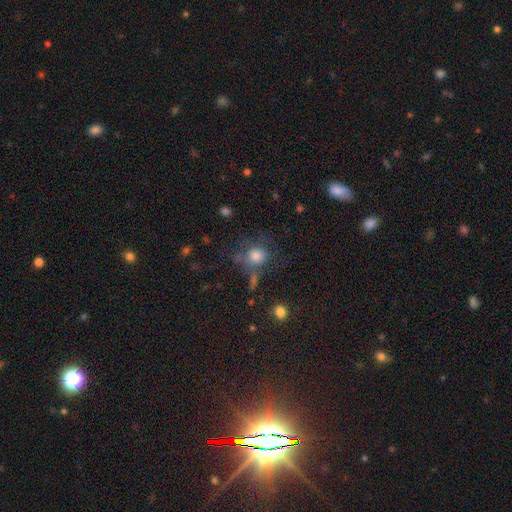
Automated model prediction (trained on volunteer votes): Smooth or featured? smooth (77%)
How rounded? round (81%)
Merging? none (60%)